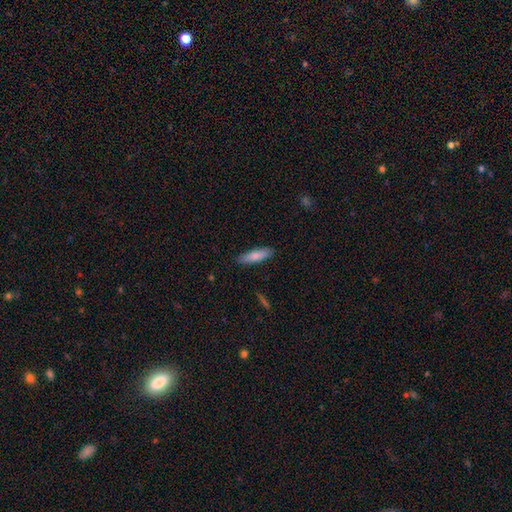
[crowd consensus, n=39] Smooth or featured? 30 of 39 (77%) said smooth. How rounded? 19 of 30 (63%) said in between. Merging? 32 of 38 (84%) said none.